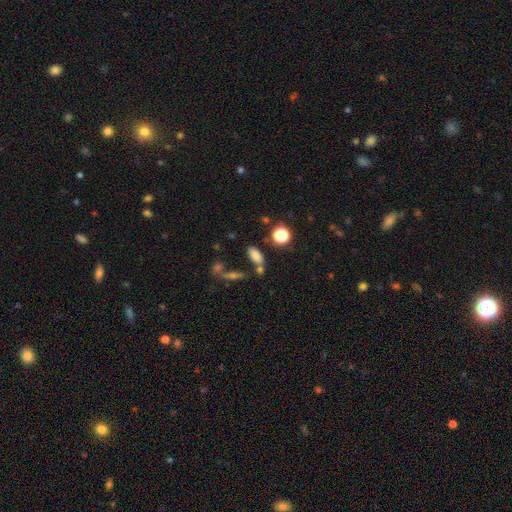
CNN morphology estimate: Smooth or featured? Predicted: smooth (p=0.76). How rounded? Predicted: in between (p=0.81). Merging? Predicted: none (p=0.64).